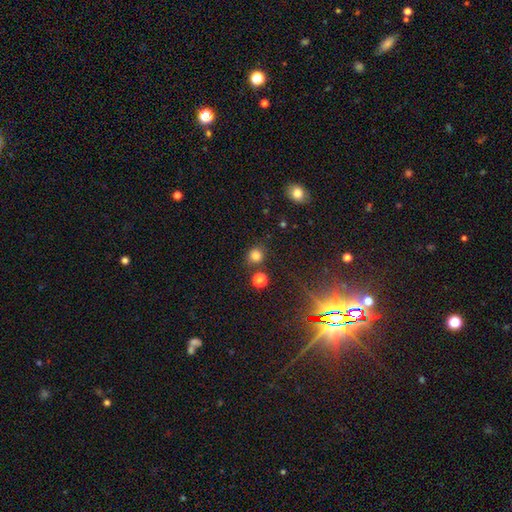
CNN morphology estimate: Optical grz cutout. It shows a smooth galaxy with no disk features (80%) that is round (85%). Merging: none (80%).